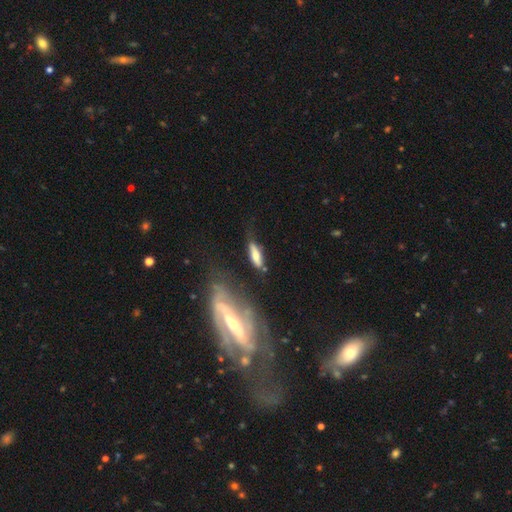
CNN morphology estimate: Smooth or featured: smooth — 60% (featured or disk — 33%)
How rounded: cigar-shaped — 55% (in between — 43%)
Merging: none — 56% (minor disturbance — 25%)